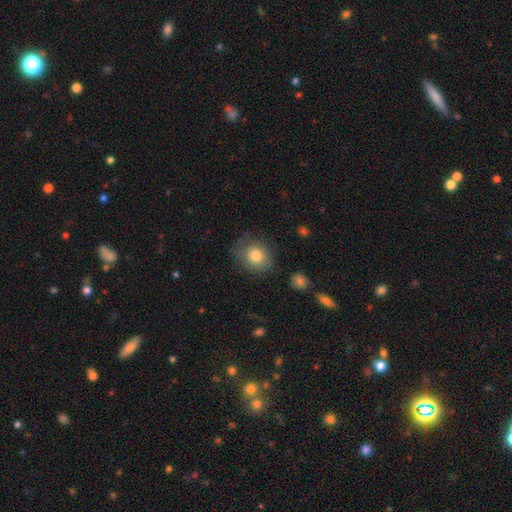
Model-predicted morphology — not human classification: Smooth or featured? smooth (80%)
How rounded? round (70%)
Merging? none (73%)